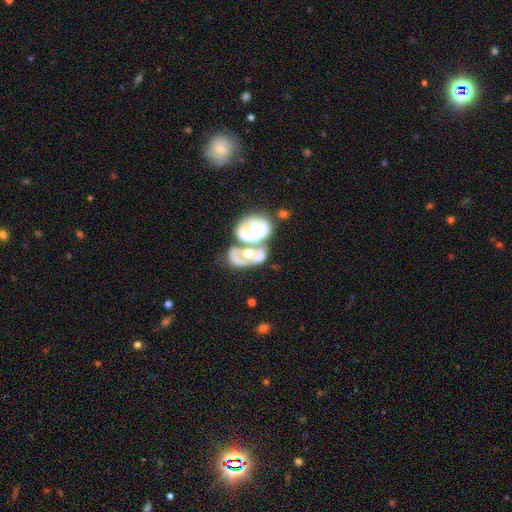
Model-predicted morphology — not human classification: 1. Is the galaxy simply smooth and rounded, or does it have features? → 43% featured or disk, 28% star or artifact, 28% smooth.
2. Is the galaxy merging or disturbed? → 47% merger, 30% none, 11% major disturbance, 11% minor disturbance.